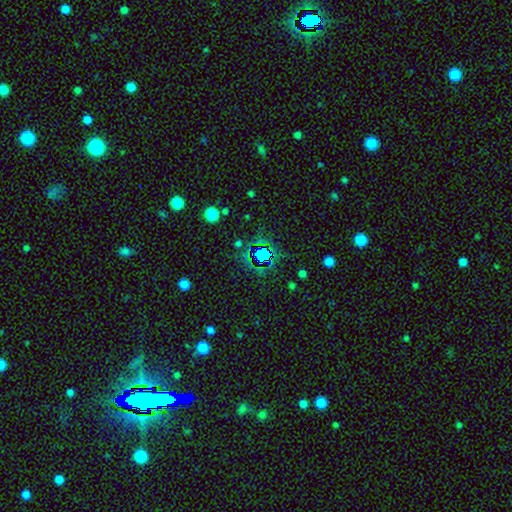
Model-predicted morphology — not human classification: smooth-or-featured: star or artifact: 75% | smooth: 15% | featured or disk: 9%